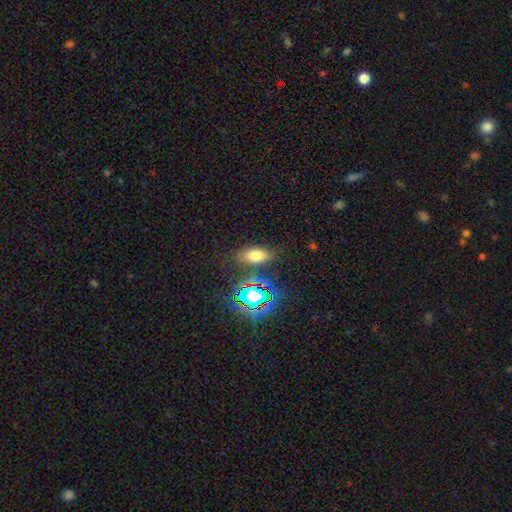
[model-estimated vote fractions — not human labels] This is likely a smooth galaxy (63%). How rounded: clearly in between (81%). Merging: clearly none (81%).